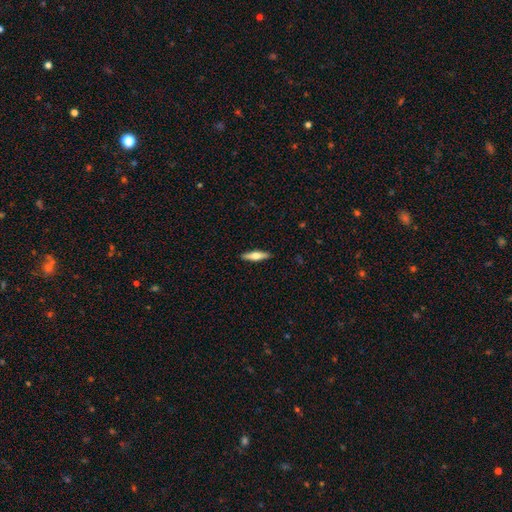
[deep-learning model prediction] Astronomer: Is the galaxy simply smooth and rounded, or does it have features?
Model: smooth — 55% (runner-up: featured or disk, 40%).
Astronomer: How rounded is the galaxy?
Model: cigar-shaped — 70%.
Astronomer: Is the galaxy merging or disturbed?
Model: none — 90%.